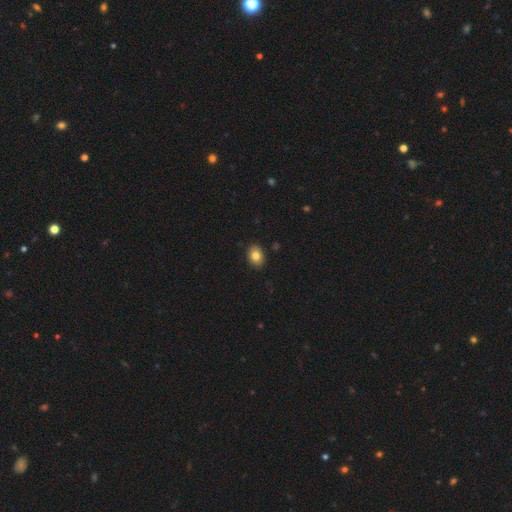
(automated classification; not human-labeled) Smooth or featured? smooth (83%)
How rounded? in between (70%)
Merging? none (90%)